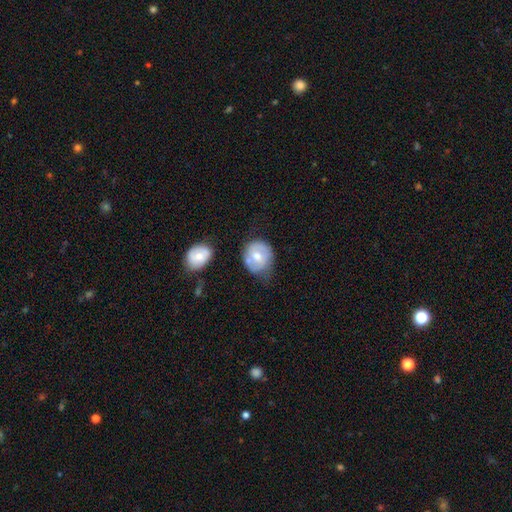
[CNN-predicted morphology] A smooth galaxy with no disk features (55%) that is round (77%).

Vote fractions:
- Smooth or featured? smooth: 55% / featured or disk: 38% / star or artifact: 7%
- How rounded? round: 77% / in between: 22% / cigar-shaped: 1%
- Merging? none: 52% / minor disturbance: 28% / major disturbance: 10% / merger: 10%